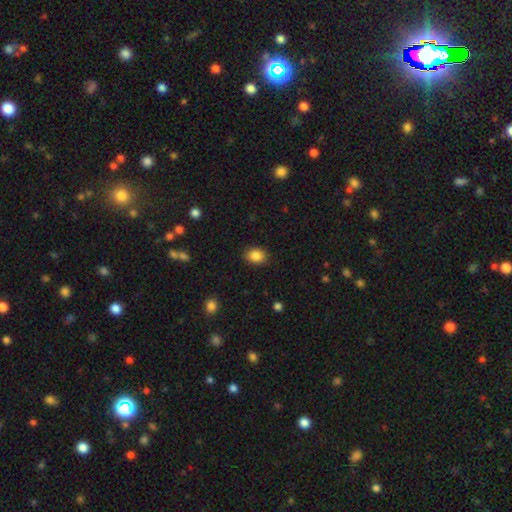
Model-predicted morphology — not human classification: This appears to be a smooth galaxy with no disk features (86%) that is in between round and cigar-shaped (54%). Merging: none (88%).